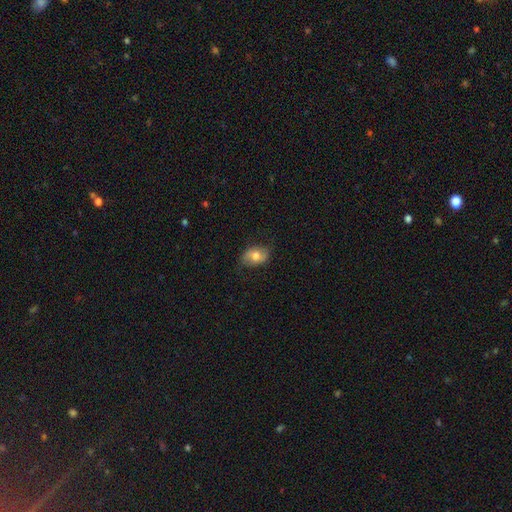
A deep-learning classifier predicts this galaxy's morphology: Smooth or featured: smooth — 62% (featured or disk — 31%)
How rounded: in between — 79% (round — 19%)
Merging: none — 77% (minor disturbance — 17%)